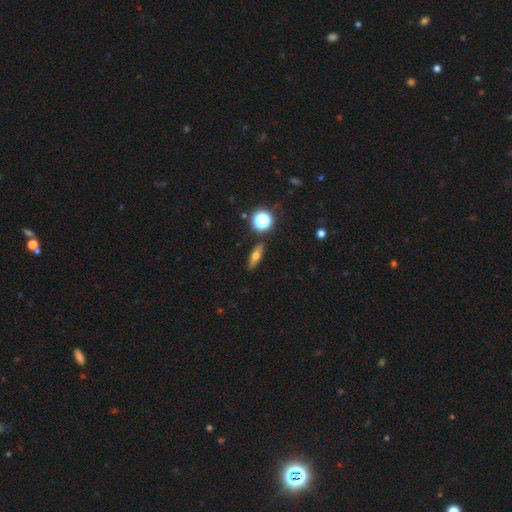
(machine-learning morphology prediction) This appears to be a smooth galaxy with no disk features (55%) that is cigar-shaped (45%). Merging: none (88%).